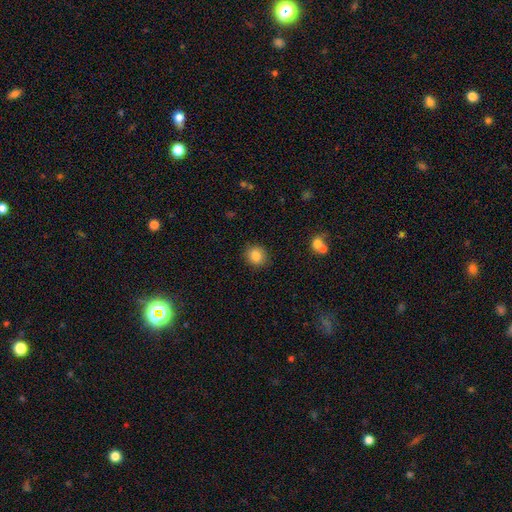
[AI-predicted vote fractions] Overall: smooth (85%). How rounded: round (82%). Merging: none (88%).